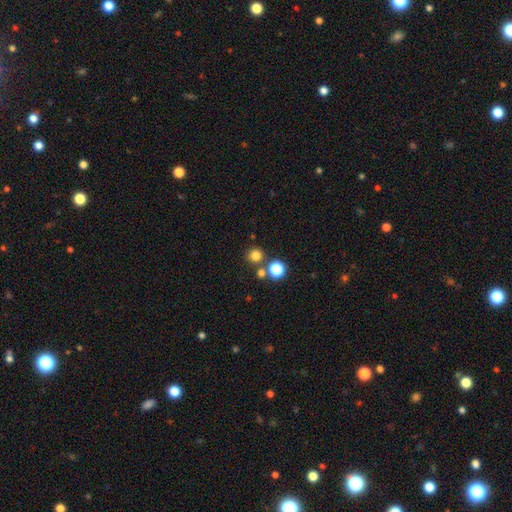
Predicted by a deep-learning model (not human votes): This is likely a smooth galaxy (78%). How rounded: clearly round (93%). Merging: likely none (77%).